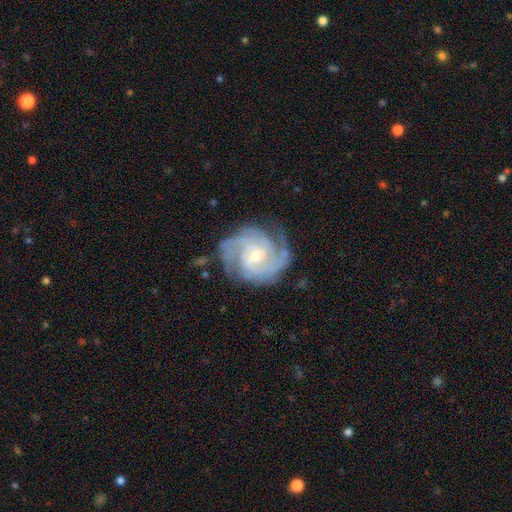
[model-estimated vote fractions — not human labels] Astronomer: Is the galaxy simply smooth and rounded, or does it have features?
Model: featured or disk — 92%.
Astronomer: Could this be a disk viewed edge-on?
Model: no — 98%.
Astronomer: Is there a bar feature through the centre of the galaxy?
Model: weak — 55%.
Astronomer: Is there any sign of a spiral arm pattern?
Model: yes — 98%.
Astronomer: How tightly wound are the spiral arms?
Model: tight — 61%.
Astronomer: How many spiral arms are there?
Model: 3 — 33% (runner-up: 2, 29%).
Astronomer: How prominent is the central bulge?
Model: small — 51% (runner-up: moderate, 45%).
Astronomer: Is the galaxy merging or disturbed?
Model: none — 75%.